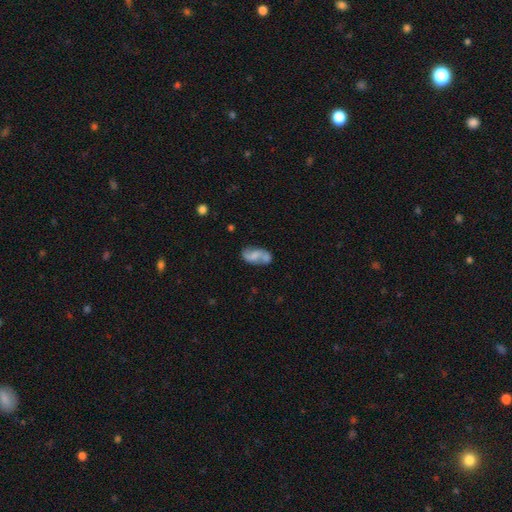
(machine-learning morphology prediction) This is likely a featured or disk galaxy (60%). It is clearly not viewed edge-on (96%). Bar: possibly no (54%). Spiral arm pattern: clearly yes (84%). Central bulge: marginally none (39%). Merging: possibly none (48%).